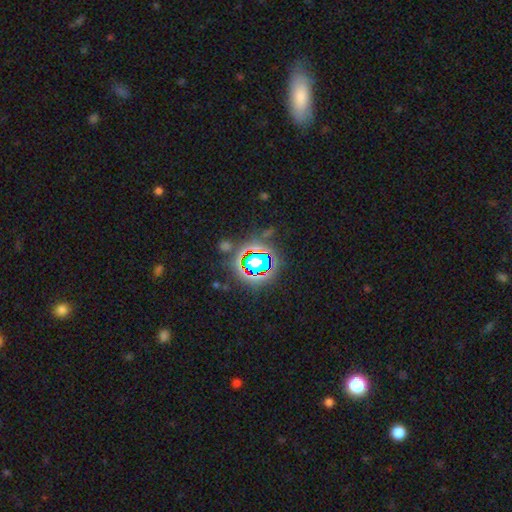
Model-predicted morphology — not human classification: star or artifact 78%, smooth 13%, featured or disk 9%.